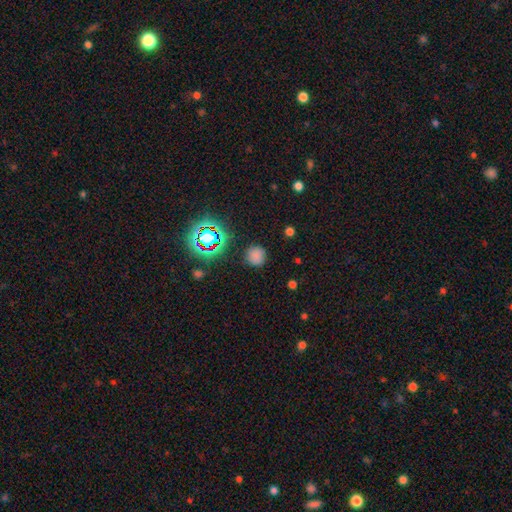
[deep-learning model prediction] The model was most divided on "smooth or featured": smooth: 73%, star or artifact: 21%, featured or disk: 6%. More confident: how rounded — round (91%); merging — none (85%).